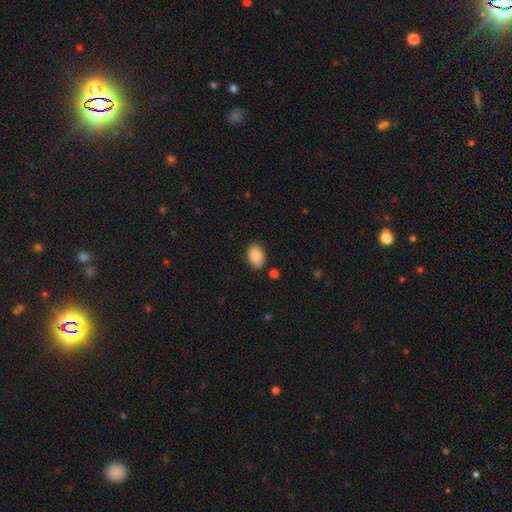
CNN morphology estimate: Smooth or featured? smooth (88%)
How rounded? in between (86%)
Merging? none (85%)